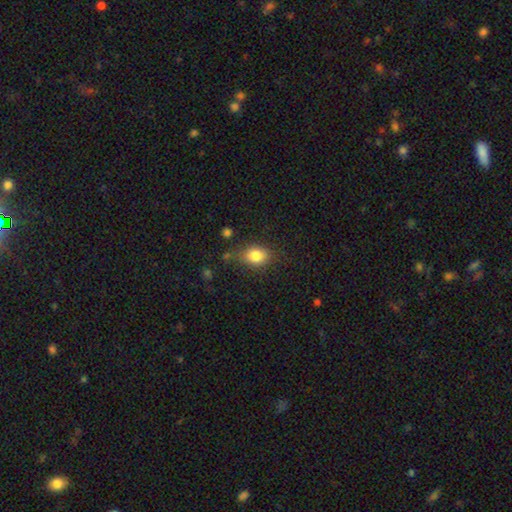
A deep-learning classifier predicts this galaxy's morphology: The model was most divided on "how rounded": in between: 63%, round: 35%, cigar-shaped: 2%. More confident: smooth or featured — smooth (81%); merging — none (72%).